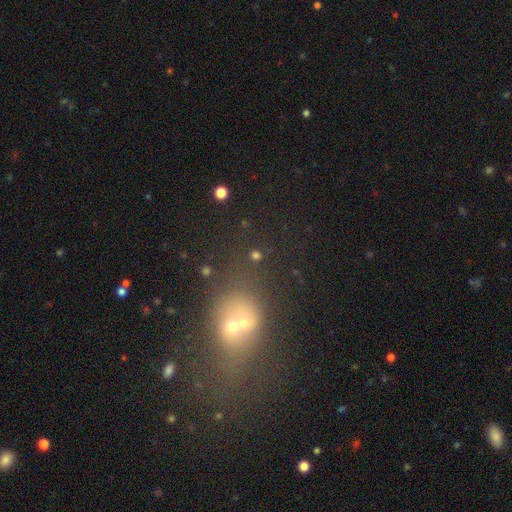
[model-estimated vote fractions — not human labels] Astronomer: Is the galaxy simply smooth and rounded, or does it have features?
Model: smooth — 53% (runner-up: star or artifact, 31%).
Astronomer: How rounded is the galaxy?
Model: round — 66%.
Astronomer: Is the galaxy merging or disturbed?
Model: none — 46% (runner-up: merger, 38%).